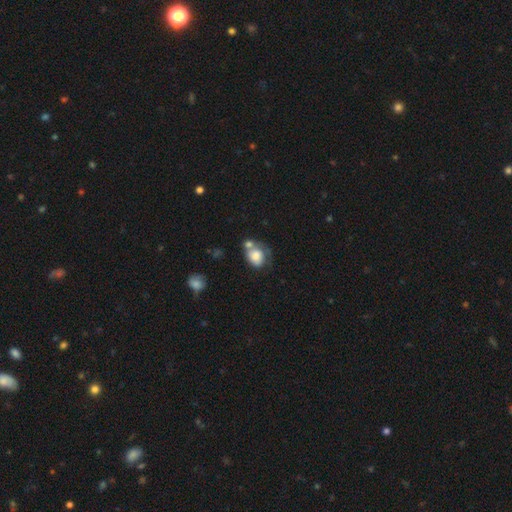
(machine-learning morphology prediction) Overall: smooth (70%). How rounded: round (50%; in between 49%). Merging: merger (34%; none 29%).